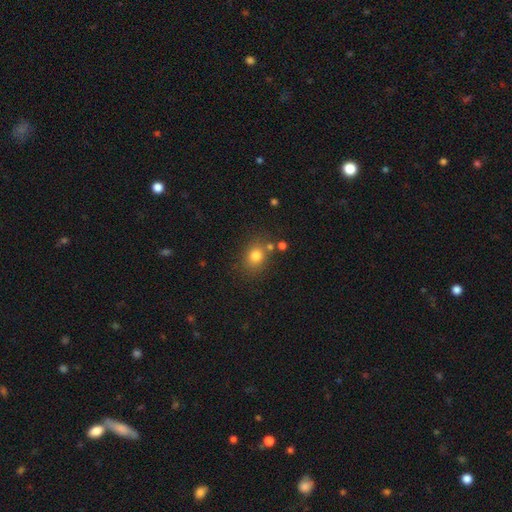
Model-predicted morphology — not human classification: Q: Smooth or featured?
A: smooth (79%); runner-up: star or artifact (13%)
Q: How rounded?
A: round (61%); runner-up: in between (38%)
Q: Merging?
A: none (74%); runner-up: minor disturbance (12%)